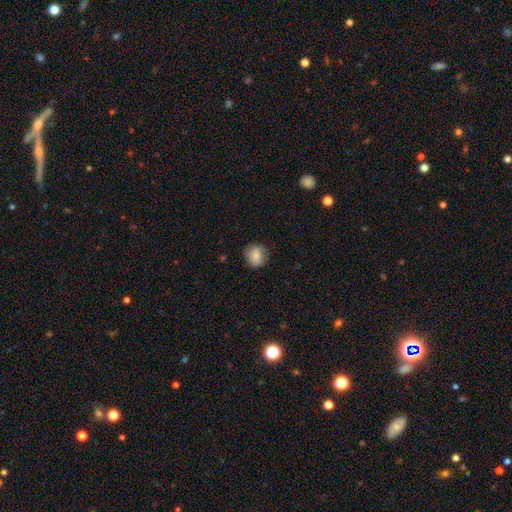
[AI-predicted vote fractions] Overall: smooth (80%). How rounded: round (84%). Merging: none (79%).